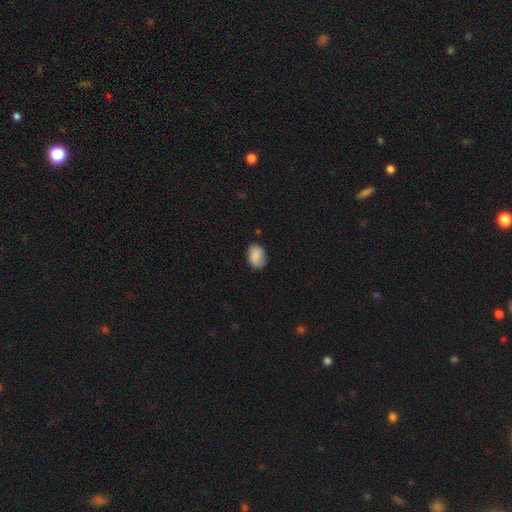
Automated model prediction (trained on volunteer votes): A smooth galaxy with no disk features (84%) that is in between round and cigar-shaped (78%).

Vote fractions:
- Smooth or featured? smooth: 84% / featured or disk: 9% / star or artifact: 7%
- How rounded? in between: 78% / round: 20% / cigar-shaped: 1%
- Merging? none: 76% / minor disturbance: 19% / major disturbance: 4% / merger: 1%